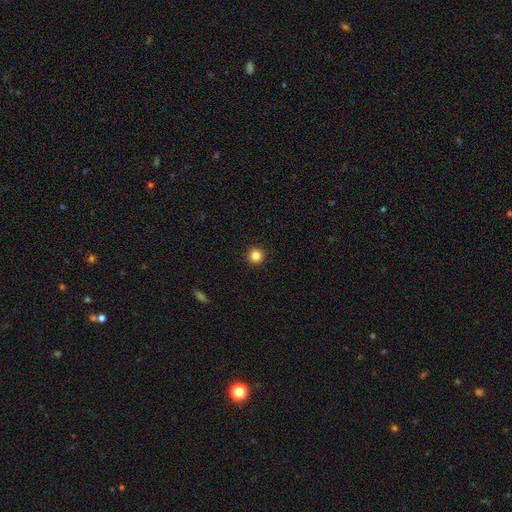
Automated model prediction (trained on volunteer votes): smooth_or_featured: smooth (p=0.84) [alt: star or artifact p=0.12]
how_rounded: round (p=0.96) [alt: in between p=0.04]
merging: none (p=0.93) [alt: minor disturbance p=0.04]